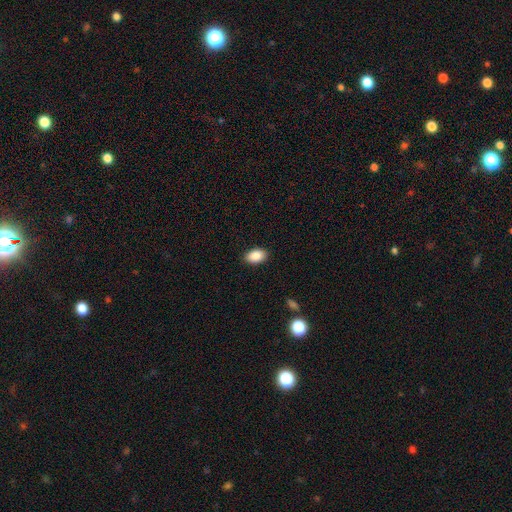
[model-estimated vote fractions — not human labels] smooth 89%, star or artifact 7%, featured or disk 4%. Down the decision tree: how rounded — in between (90%); merging — none (89%).